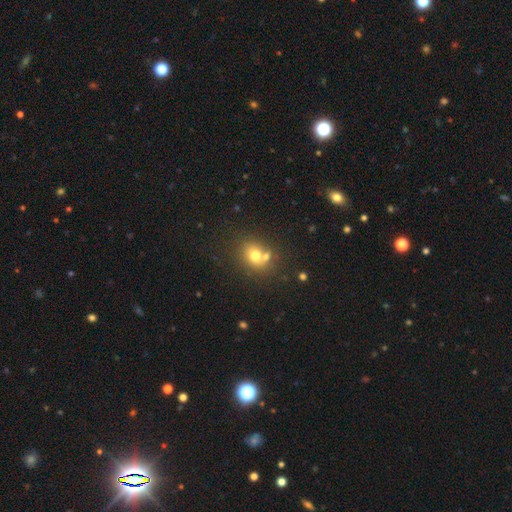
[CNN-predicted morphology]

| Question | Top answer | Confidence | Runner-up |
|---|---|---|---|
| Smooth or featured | smooth | 72% | featured or disk (15%) |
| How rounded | round | 58% | in between (41%) |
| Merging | none | 54% | merger (31%) |